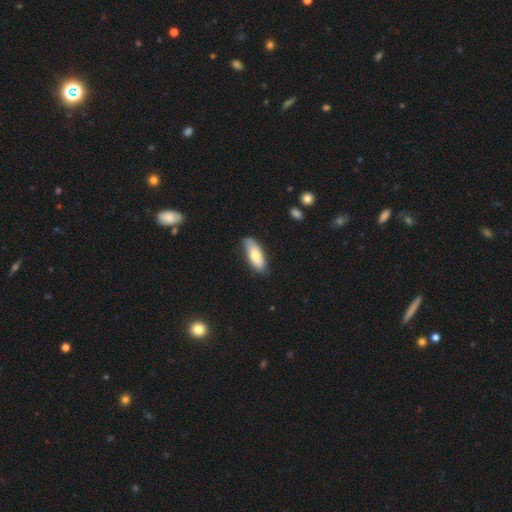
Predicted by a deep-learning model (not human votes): This appears to be a smooth galaxy with no disk features (72%) that is in between round and cigar-shaped (75%). Merging: none (73%).